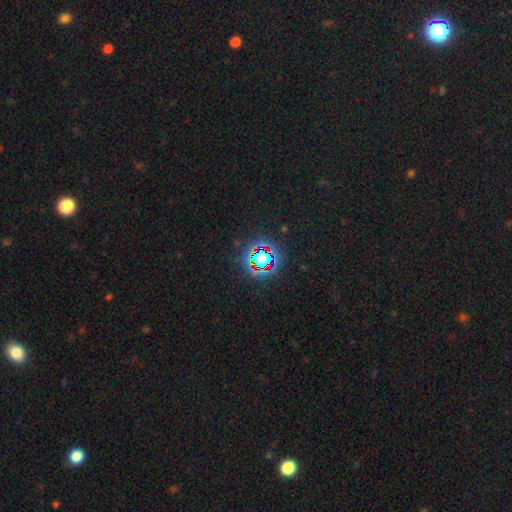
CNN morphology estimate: type=star or artifact (74%).